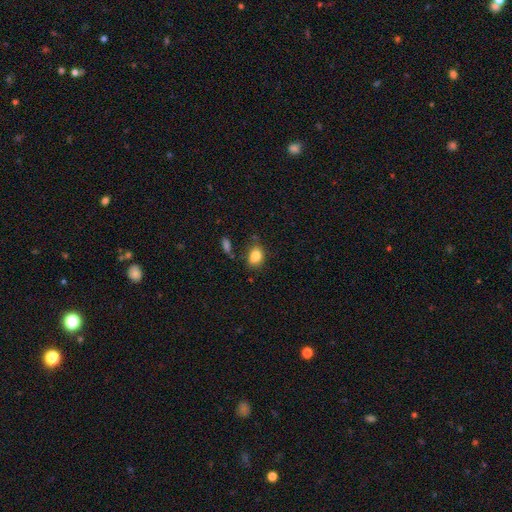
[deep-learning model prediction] Smooth or featured? smooth (84%)
How rounded? in between (73%)
Merging? none (70%)